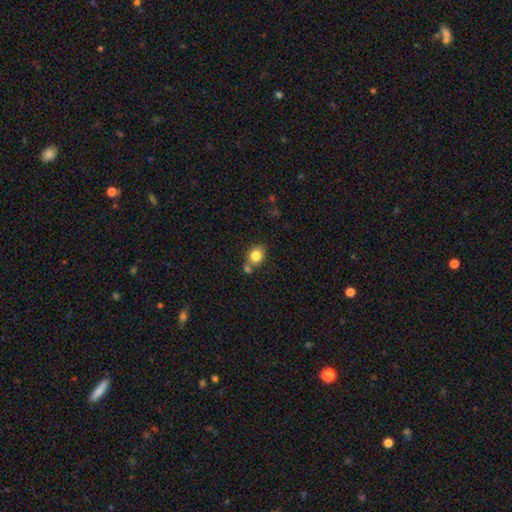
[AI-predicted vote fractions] This appears to be a smooth galaxy with no disk features (82%) that is round (59%). Merging: none (60%).